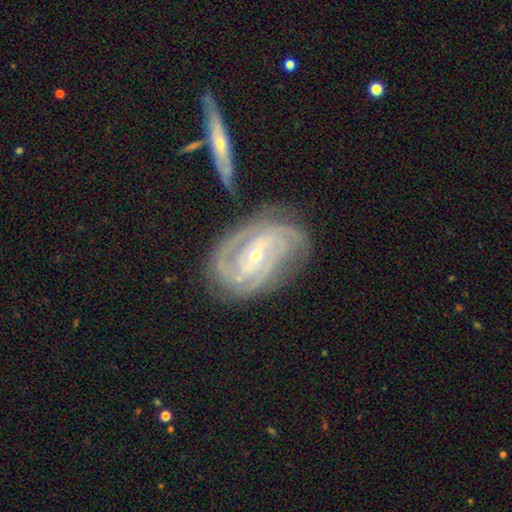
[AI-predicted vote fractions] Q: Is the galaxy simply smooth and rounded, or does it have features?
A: featured or disk — 90%.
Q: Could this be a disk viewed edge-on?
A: no — 97%.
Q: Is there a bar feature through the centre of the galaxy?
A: weak — 40%.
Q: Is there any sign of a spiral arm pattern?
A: yes — 98%.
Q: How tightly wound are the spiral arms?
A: tight — 69%.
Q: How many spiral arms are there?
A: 2 — 33%.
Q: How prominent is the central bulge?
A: small — 73%.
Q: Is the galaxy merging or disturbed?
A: none — 62%.